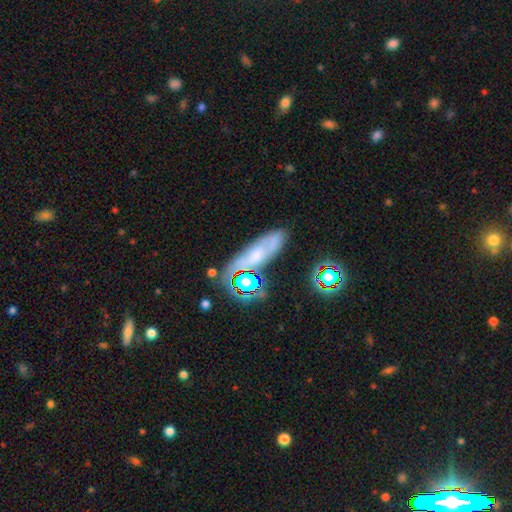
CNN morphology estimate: Smooth or featured? Predicted: featured or disk (p=0.37). Merging? Predicted: none (p=0.63).